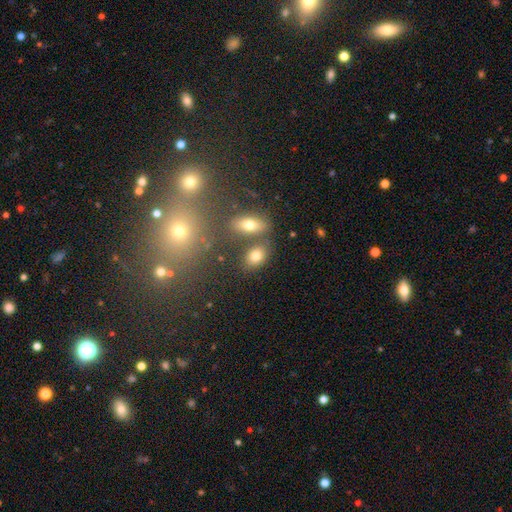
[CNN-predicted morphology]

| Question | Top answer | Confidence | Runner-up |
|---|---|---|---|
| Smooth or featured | smooth | 78% | star or artifact (11%) |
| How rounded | in between | 78% | round (20%) |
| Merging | none | 68% | merger (16%) |